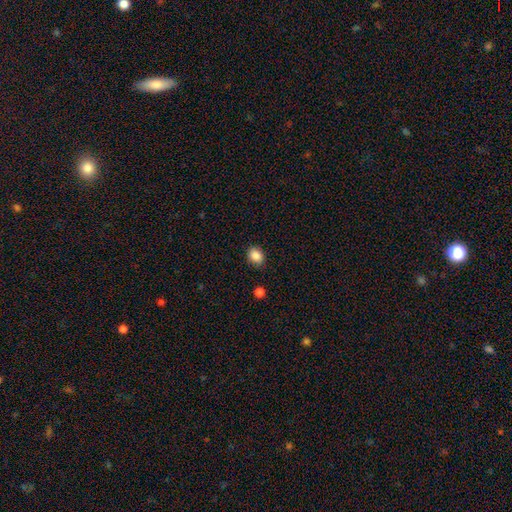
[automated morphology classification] Smooth or featured?
  - smooth: 86% *
  - star or artifact: 9%
  - featured or disk: 4%
How rounded?
  - in between: 53% *
  - round: 46%
  - cigar-shaped: 1%
Merging?
  - none: 85% *
  - minor disturbance: 11%
  - major disturbance: 2%
  - merger: 2%